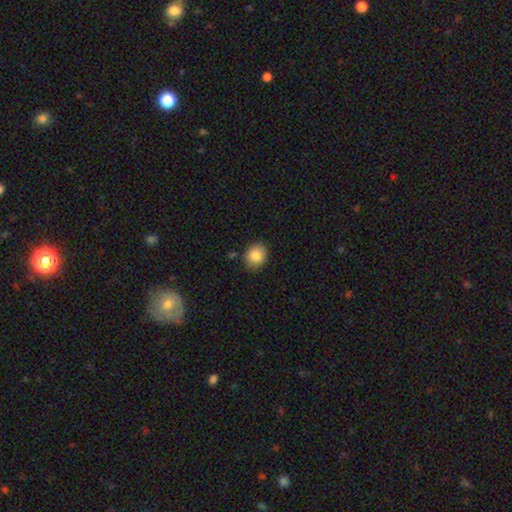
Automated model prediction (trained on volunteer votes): Smooth or featured?
  - smooth: 85% *
  - star or artifact: 8%
  - featured or disk: 7%
How rounded?
  - round: 51% *
  - in between: 48%
  - cigar-shaped: 1%
Merging?
  - none: 84% *
  - minor disturbance: 11%
  - merger: 2%
  - major disturbance: 2%